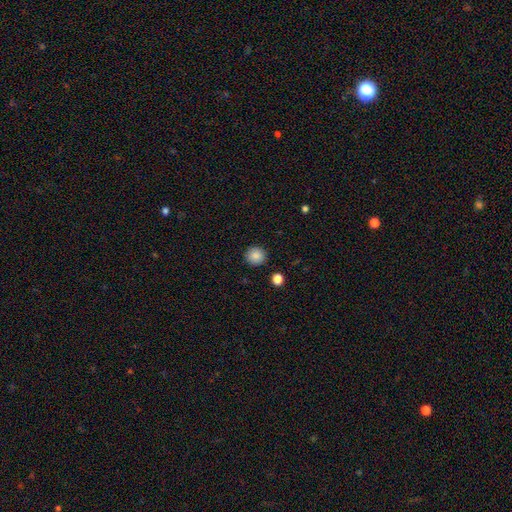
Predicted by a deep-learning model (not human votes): Smooth or featured? Predicted: smooth (p=0.87). How rounded? Predicted: round (p=0.92). Merging? Predicted: none (p=0.91).